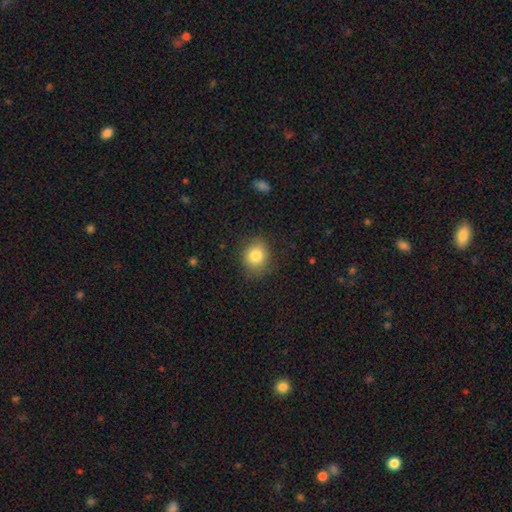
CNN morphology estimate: Smooth or featured? smooth (82%)
How rounded? round (71%)
Merging? none (81%)